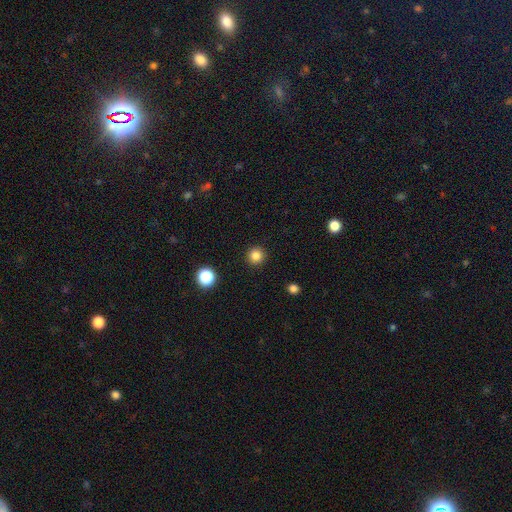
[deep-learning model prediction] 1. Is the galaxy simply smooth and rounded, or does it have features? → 83% smooth, 12% star or artifact, 4% featured or disk.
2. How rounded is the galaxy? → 96% round, 4% in between, 1% cigar-shaped.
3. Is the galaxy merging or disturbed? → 93% none, 5% minor disturbance, 2% major disturbance, 1% merger.